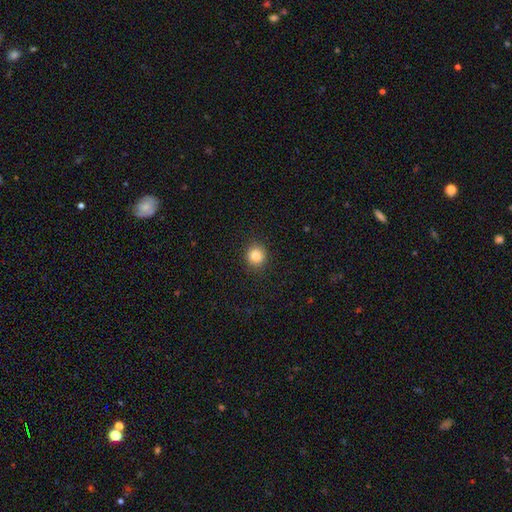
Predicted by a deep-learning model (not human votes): smooth_or_featured: smooth (p=0.82) [alt: star or artifact p=0.11]
how_rounded: round (p=0.91) [alt: in between p=0.08]
merging: none (p=0.91) [alt: minor disturbance p=0.06]